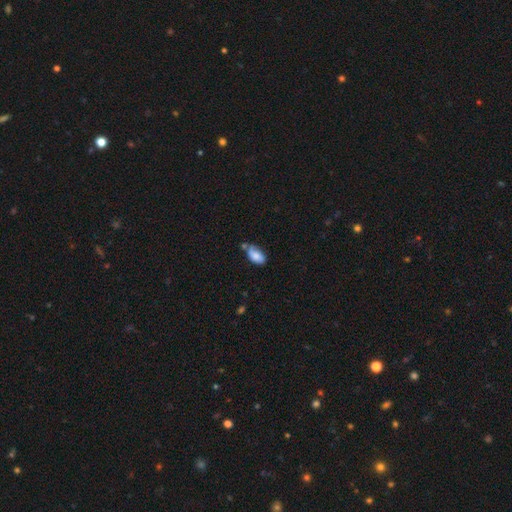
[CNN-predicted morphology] The model was most divided on "merging": none: 48%, minor disturbance: 28%, merger: 17%, major disturbance: 7%. More confident: how rounded — in between (94%); smooth or featured — smooth (82%).